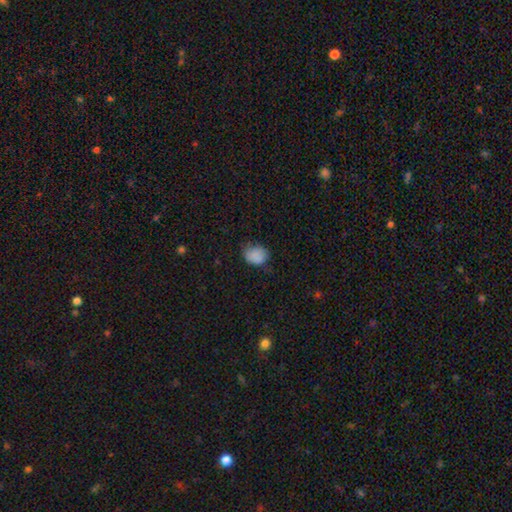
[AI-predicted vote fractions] A smooth galaxy with no disk features (83%) that is in between round and cigar-shaped (56%). Merging: none (58%).